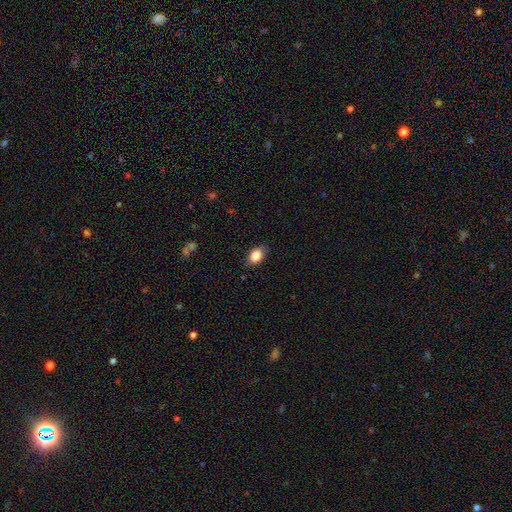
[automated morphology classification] A smooth galaxy with no disk features (85%) that is in between round and cigar-shaped (83%). Merging: none (78%).